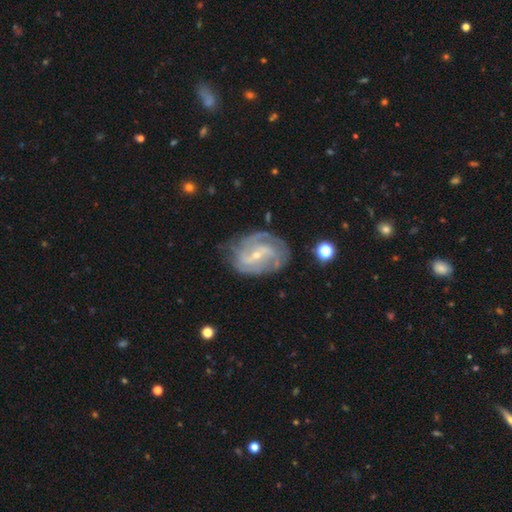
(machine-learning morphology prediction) Smooth or featured? featured or disk (87%)
Edge-on disk? no (97%)
Bar? weak (46%)
Spiral arms? yes (94%)
Spiral winding? tight (43%)
Spiral arm count? 2 (45%)
Bulge size? small (74%)
Merging? none (66%)